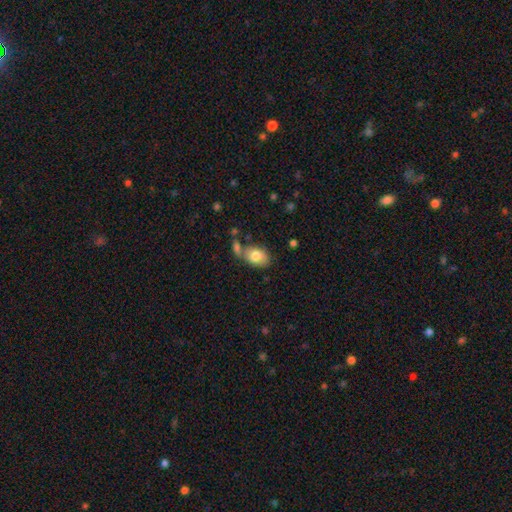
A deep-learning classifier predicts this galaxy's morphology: A smooth galaxy with no disk features (78%) that is in between round and cigar-shaped (84%).

Vote fractions:
- Smooth or featured? smooth: 78% / featured or disk: 15% / star or artifact: 7%
- How rounded? in between: 84% / round: 15% / cigar-shaped: 1%
- Merging? none: 55% / merger: 20% / minor disturbance: 18% / major disturbance: 6%